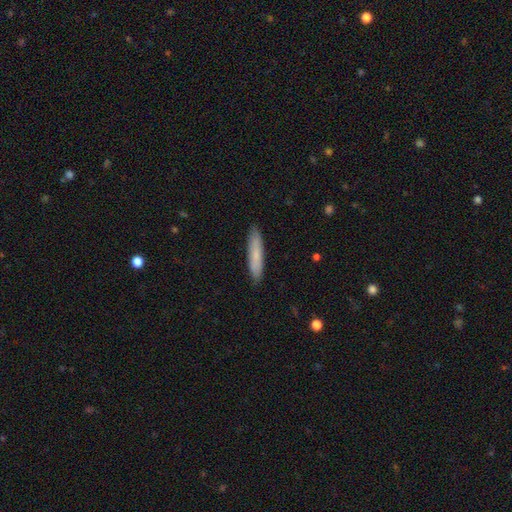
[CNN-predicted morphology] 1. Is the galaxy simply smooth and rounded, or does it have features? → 77% smooth, 18% featured or disk, 6% star or artifact.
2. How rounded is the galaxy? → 87% cigar-shaped, 11% in between, 1% round.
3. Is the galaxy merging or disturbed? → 90% none, 8% minor disturbance, 1% major disturbance, 1% merger.